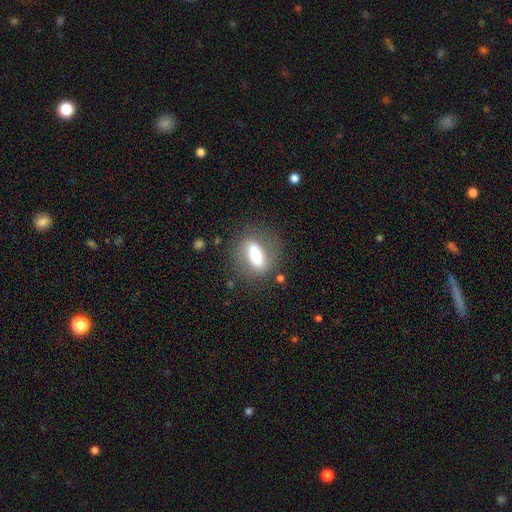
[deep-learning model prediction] A smooth galaxy with no disk features (58%) that is in between round and cigar-shaped (71%). Merging: none (74%).